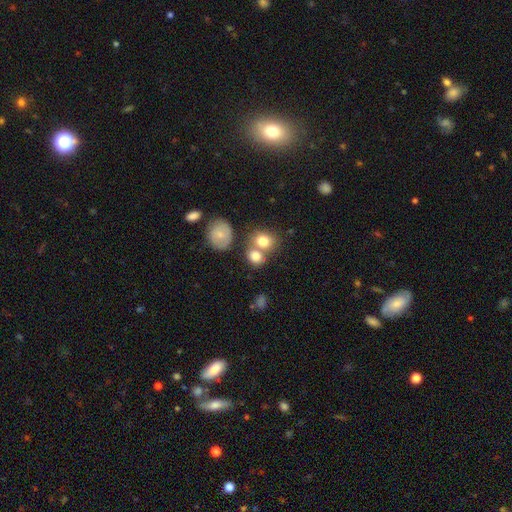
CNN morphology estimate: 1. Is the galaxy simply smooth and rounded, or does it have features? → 77% smooth, 13% featured or disk, 10% star or artifact.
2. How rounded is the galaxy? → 66% round, 33% in between, 1% cigar-shaped.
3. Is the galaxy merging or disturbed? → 43% merger (tied), 43% none (tied), 9% minor disturbance, 4% major disturbance.